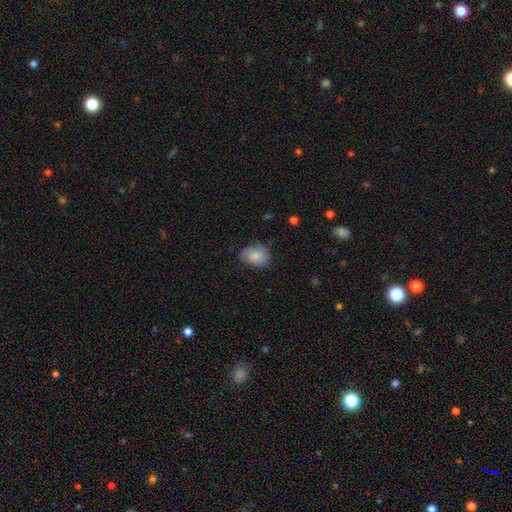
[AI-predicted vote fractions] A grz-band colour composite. It shows a smooth galaxy with no disk features (78%) that is in between round and cigar-shaped (67%). Merging: none (65%).